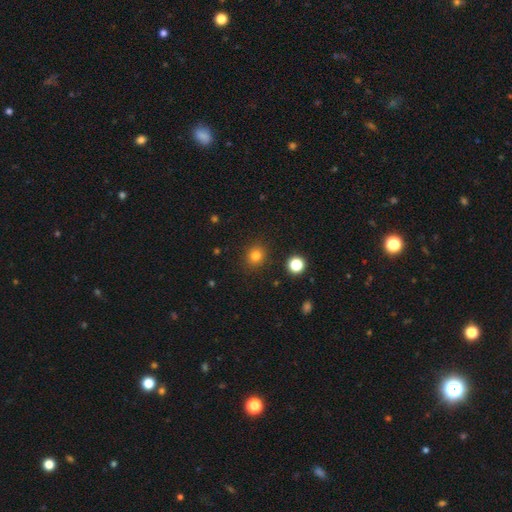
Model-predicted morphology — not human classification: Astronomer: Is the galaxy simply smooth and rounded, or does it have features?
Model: smooth — 80%.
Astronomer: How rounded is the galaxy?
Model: round — 82%.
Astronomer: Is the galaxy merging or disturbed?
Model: none — 89%.